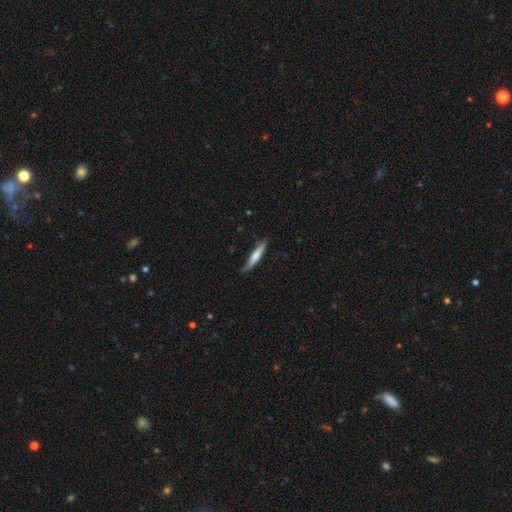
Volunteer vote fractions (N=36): smooth-or-featured: smooth: 58% | featured or disk: 42% | star or artifact: 0%
  how-rounded: cigar-shaped: 100% | round: 0% | in between: 0%
  merging: minor disturbance: 58% | none: 36% | major disturbance: 3% | merger: 3%